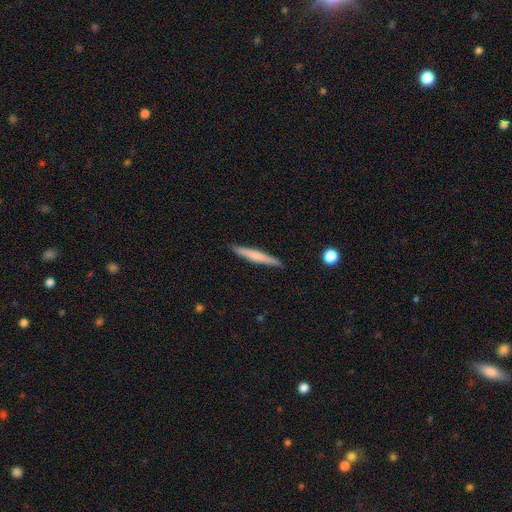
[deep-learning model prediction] A smooth galaxy with no disk features (57%) that is cigar-shaped (95%).

Vote fractions:
- Smooth or featured? smooth: 57% / featured or disk: 37% / star or artifact: 6%
- How rounded? cigar-shaped: 95% / in between: 3% / round: 1%
- Merging? none: 89% / minor disturbance: 8% / major disturbance: 2% / merger: 1%